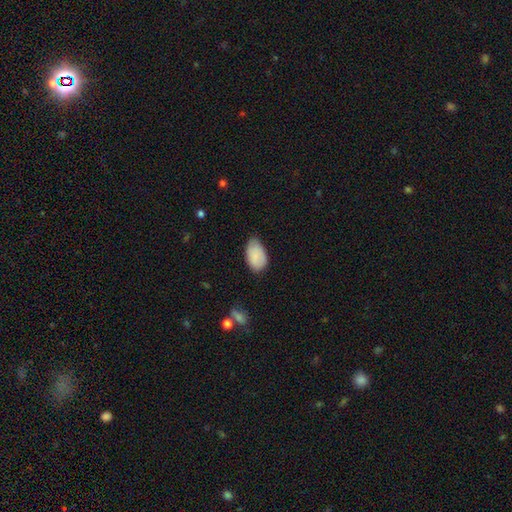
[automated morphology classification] Smooth or featured? smooth (86%)
How rounded? in between (94%)
Merging? none (62%)